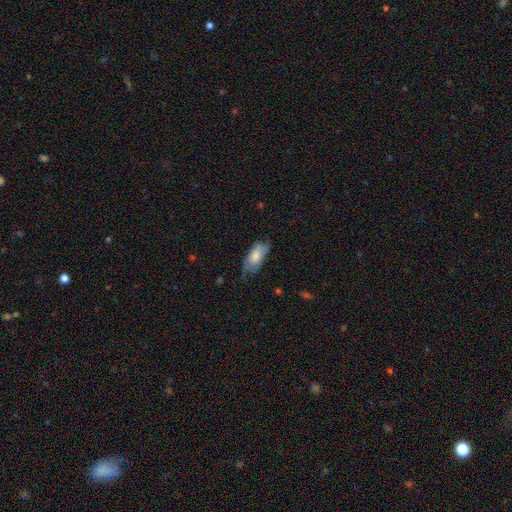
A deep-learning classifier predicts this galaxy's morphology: This is likely a smooth galaxy (62%). How rounded: clearly in between (86%). Merging: possibly none (48%).